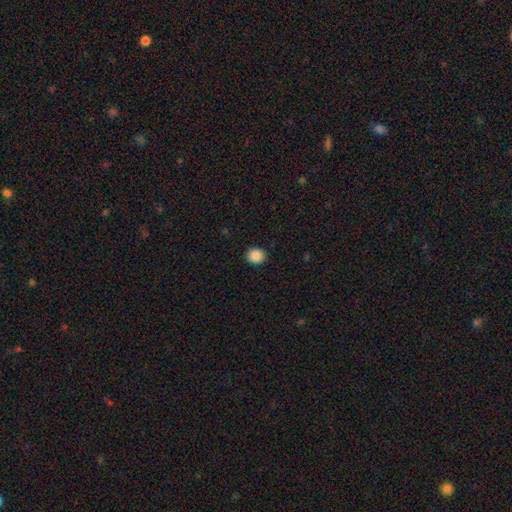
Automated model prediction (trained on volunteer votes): A smooth galaxy with no disk features (88%) that is round (83%). Merging: none (91%).